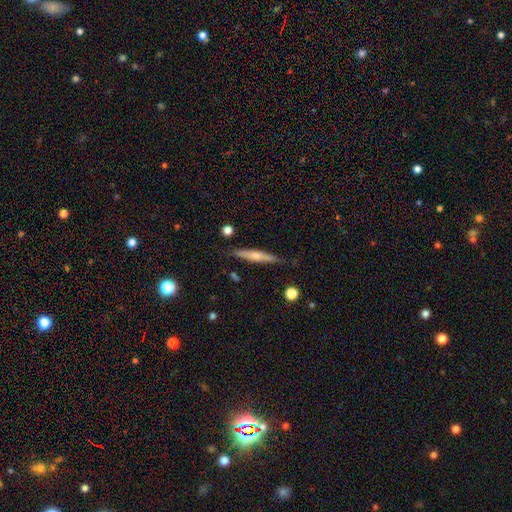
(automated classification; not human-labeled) A featured or disk galaxy (50%). Merging: none (82%).